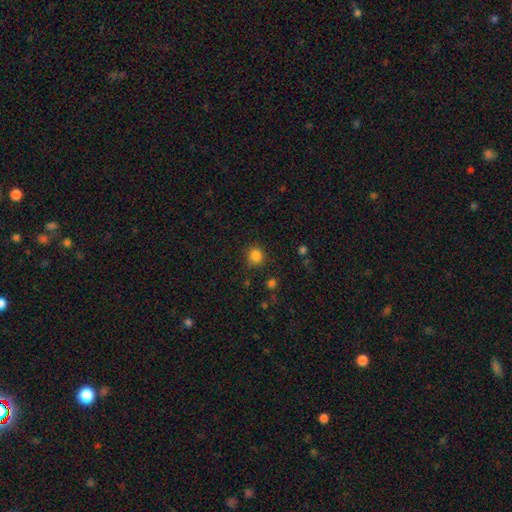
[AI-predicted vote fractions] The model was most divided on "smooth or featured": smooth: 84%, star or artifact: 12%, featured or disk: 4%. More confident: how rounded — round (87%); merging — none (84%).